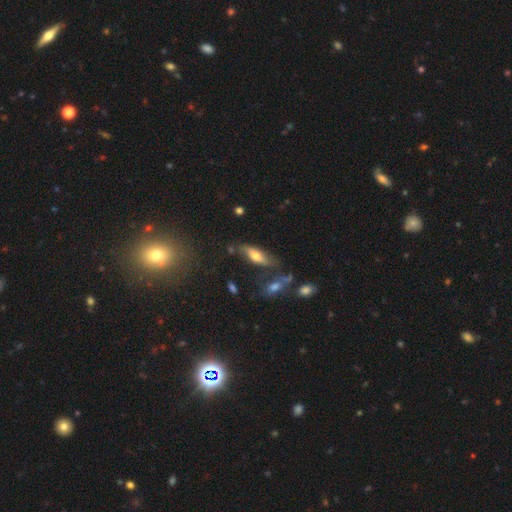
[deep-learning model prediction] Smooth or featured? Predicted: smooth (p=0.58). How rounded? Predicted: in between (p=0.56). Merging? Predicted: none (p=0.56).